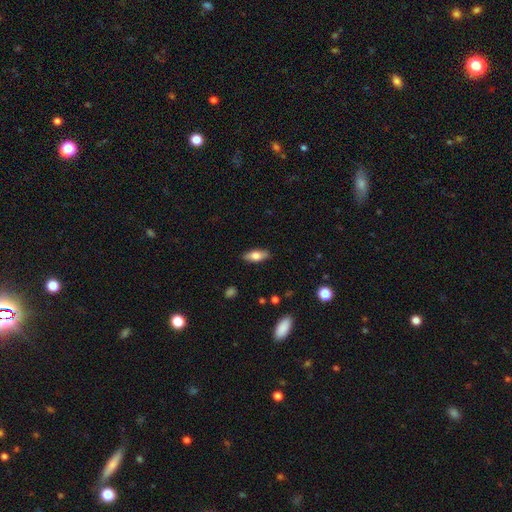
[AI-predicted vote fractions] This appears to be a smooth galaxy with no disk features (72%) that is in between round and cigar-shaped (76%). Merging: none (87%).